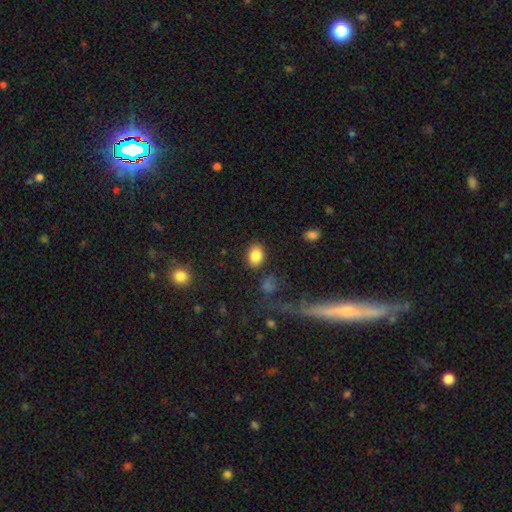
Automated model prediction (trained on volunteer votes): Smooth or featured? Predicted: smooth (p=0.86). How rounded? Predicted: in between (p=0.70). Merging? Predicted: none (p=0.82).